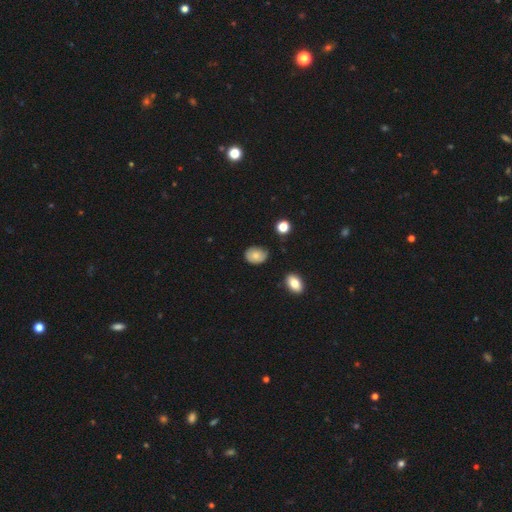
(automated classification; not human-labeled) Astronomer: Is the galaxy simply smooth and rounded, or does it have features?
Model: smooth — 73%.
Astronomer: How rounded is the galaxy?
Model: in between — 61% (runner-up: round, 38%).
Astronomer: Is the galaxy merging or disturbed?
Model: none — 59%.